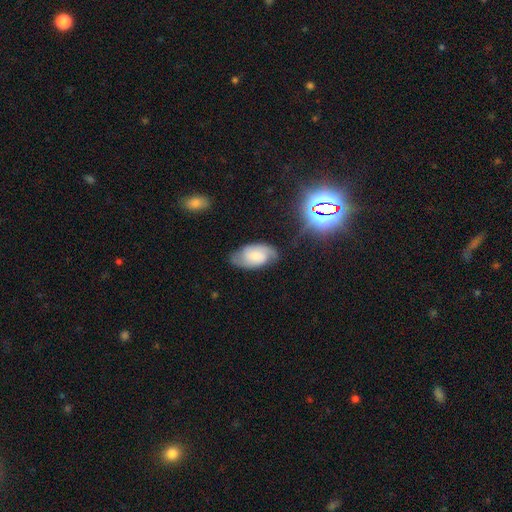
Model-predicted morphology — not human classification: Smooth or featured?
  - featured or disk: 55% *
  - smooth: 36%
  - star or artifact: 9%
Edge-on disk?
  - no: 94% *
  - yes: 6%
Bar?
  - no: 60% *
  - weak: 33%
  - strong: 7%
Spiral arms?
  - yes: 89% *
  - no: 11%
Bulge size?
  - small: 49% *
  - moderate: 34%
  - none: 9%
  - large: 7%
  - dominant: 2%
Merging?
  - none: 70% *
  - minor disturbance: 21%
  - major disturbance: 6%
  - merger: 2%